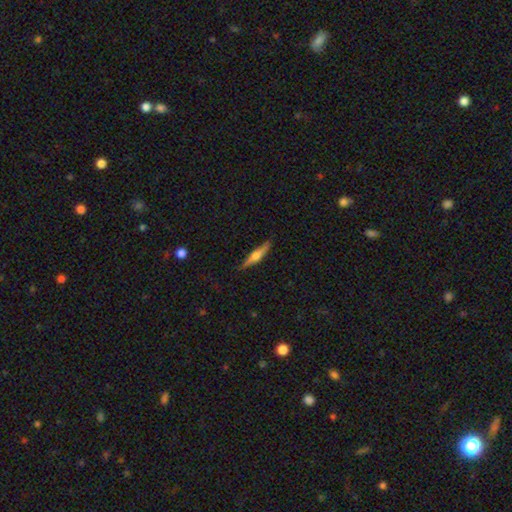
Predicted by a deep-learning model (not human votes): The model was most divided on "smooth or featured": featured or disk: 57%, smooth: 37%, star or artifact: 6%. More confident: edge-on disk — yes (95%); edge-on bulge — rounded (85%); merging — none (85%).